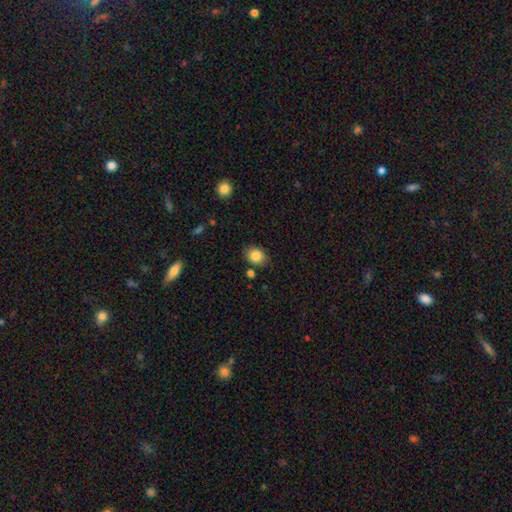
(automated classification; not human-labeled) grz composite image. It shows a smooth galaxy with no disk features (85%) that is in between round and cigar-shaped (57%). Merging: none (77%).